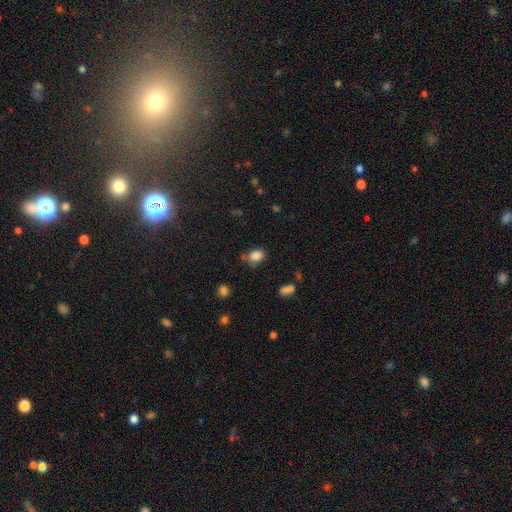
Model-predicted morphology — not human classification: Smooth or featured? smooth (84%)
How rounded? in between (68%)
Merging? none (64%)